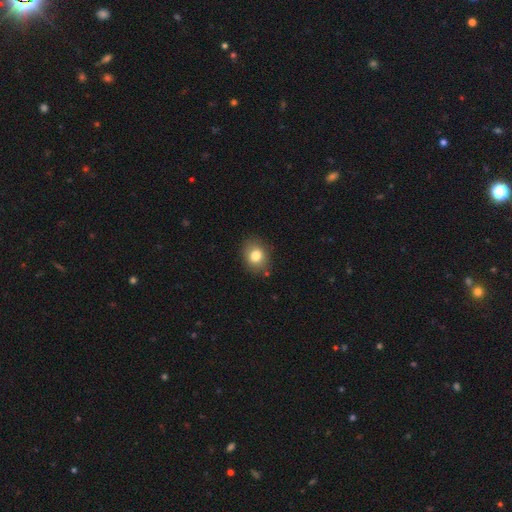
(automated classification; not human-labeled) Q: Smooth or featured?
A: smooth (80%); runner-up: star or artifact (10%)
Q: How rounded?
A: round (52%); runner-up: in between (47%)
Q: Merging?
A: none (84%); runner-up: minor disturbance (11%)